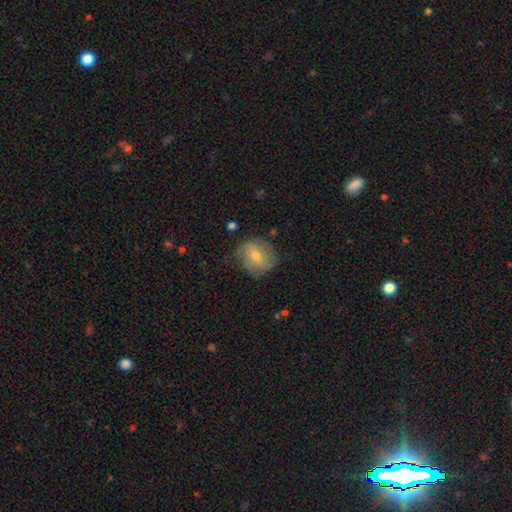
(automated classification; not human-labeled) smooth 45% (tied), featured or disk 45% (tied), star or artifact 10%. Down the decision tree: merging — none (70%).